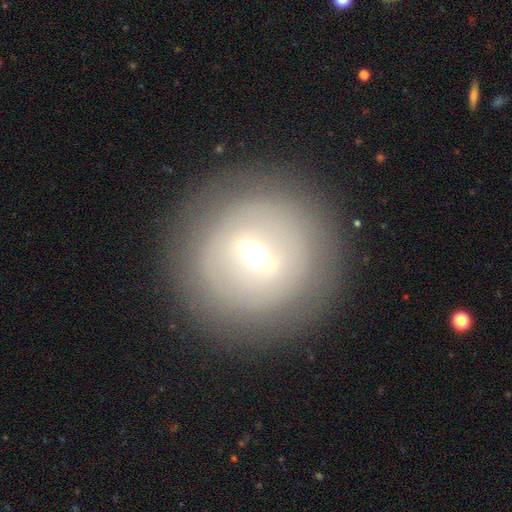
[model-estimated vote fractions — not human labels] Morphology: type=featured or disk (53%); edge-on=no (91%); merging=none (86%).